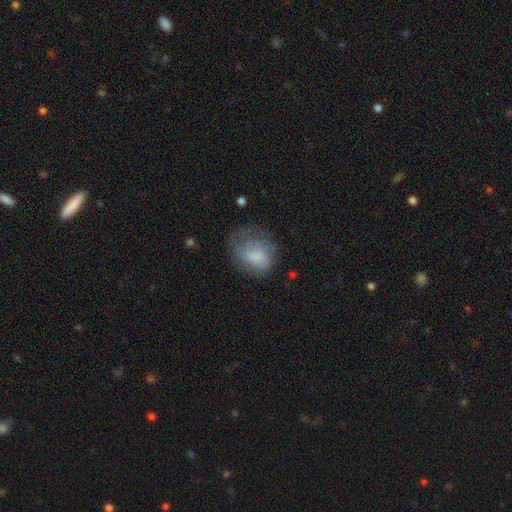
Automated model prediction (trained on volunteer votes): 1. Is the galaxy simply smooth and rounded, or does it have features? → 63% smooth, 28% featured or disk, 9% star or artifact.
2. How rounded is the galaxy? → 54% in between, 45% round, 1% cigar-shaped.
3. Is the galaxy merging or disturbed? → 41% none, 29% major disturbance, 28% minor disturbance, 2% merger.